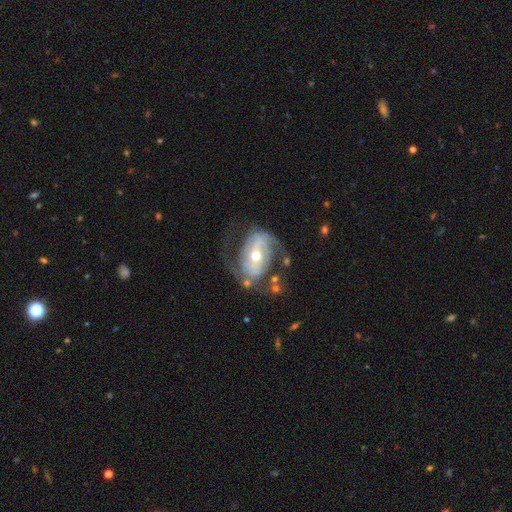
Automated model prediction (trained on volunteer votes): featured or disk 85%, smooth 10%, star or artifact 5%. Down the decision tree: edge-on disk — no (96%); bar — weak (36%); spiral arms — yes (91%); spiral arm count — 2 (78%); spiral winding — medium (46%); bulge size — moderate (60%); merging — none (57%).